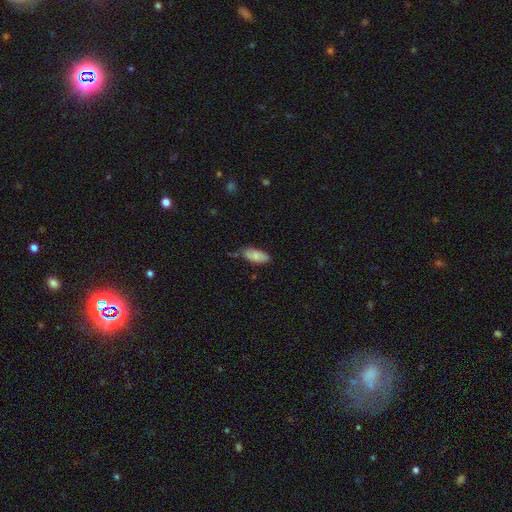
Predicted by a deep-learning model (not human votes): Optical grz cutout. It shows a smooth galaxy with no disk features (82%) that is in between round and cigar-shaped (87%). Merging: none (70%).